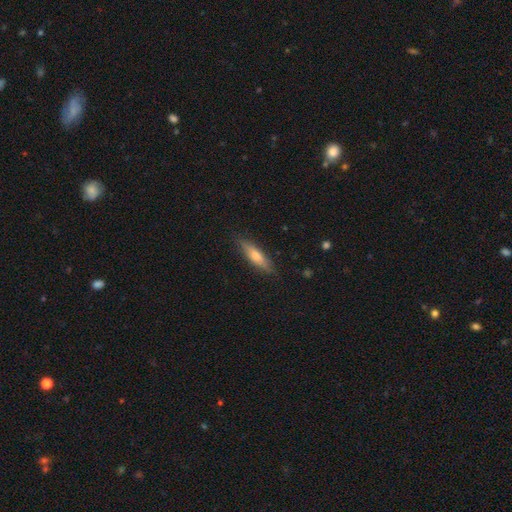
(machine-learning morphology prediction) The model was most divided on "smooth or featured": smooth: 59%, featured or disk: 35%, star or artifact: 6%. More confident: merging — none (85%); how rounded — cigar-shaped (72%).